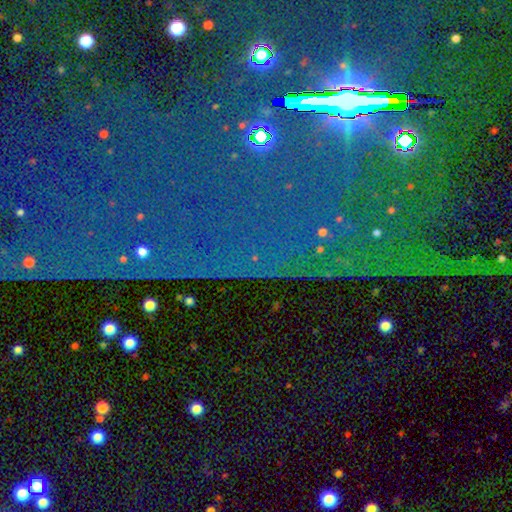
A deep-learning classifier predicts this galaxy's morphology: The model was most divided on "smooth or featured": star or artifact: 85%, featured or disk: 8%, smooth: 7%.